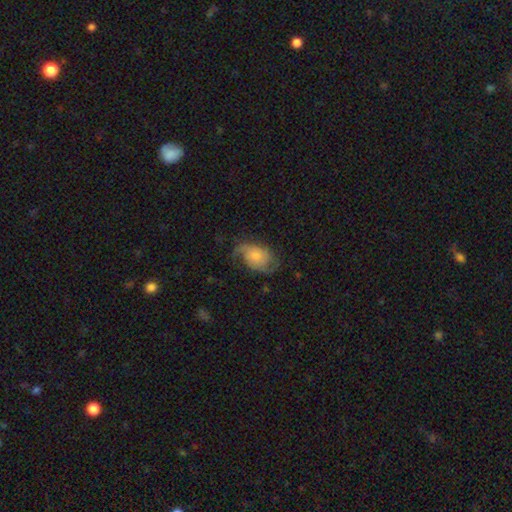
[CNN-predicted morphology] type=featured or disk (67%); edge-on=no (97%); bar=no (75%); spiral arms=yes (91%); winding=medium (41%); arm count=2 (64%); bulge=moderate (36%); merging=none (56%).